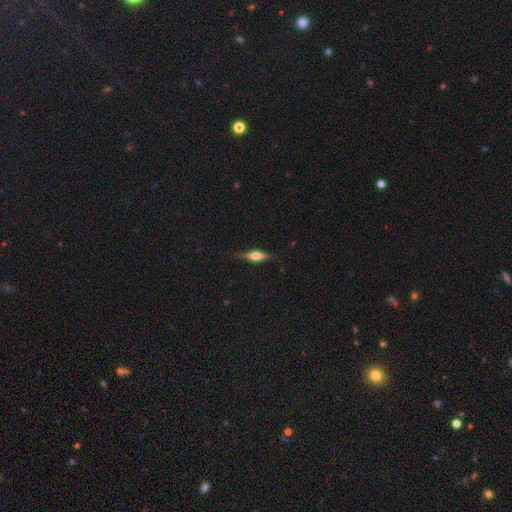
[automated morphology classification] featured or disk 58%, smooth 35%, star or artifact 7%. Down the decision tree: edge-on disk — yes (95%); edge-on bulge — rounded (88%); merging — none (82%).